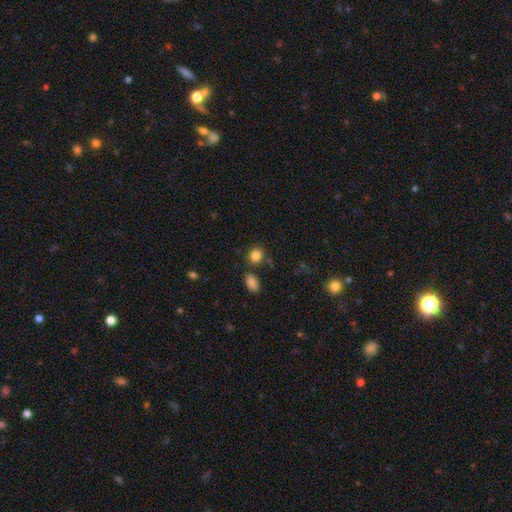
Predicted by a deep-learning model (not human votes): Morphology: type=smooth (85%); roundness=round (61%); merging=none (76%).